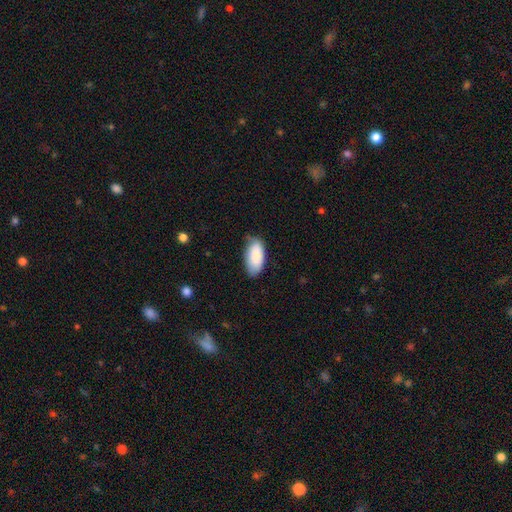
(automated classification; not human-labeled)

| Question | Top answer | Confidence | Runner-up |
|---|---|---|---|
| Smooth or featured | smooth | 88% | featured or disk (6%) |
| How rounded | in between | 93% | cigar-shaped (5%) |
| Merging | none | 66% | minor disturbance (28%) |